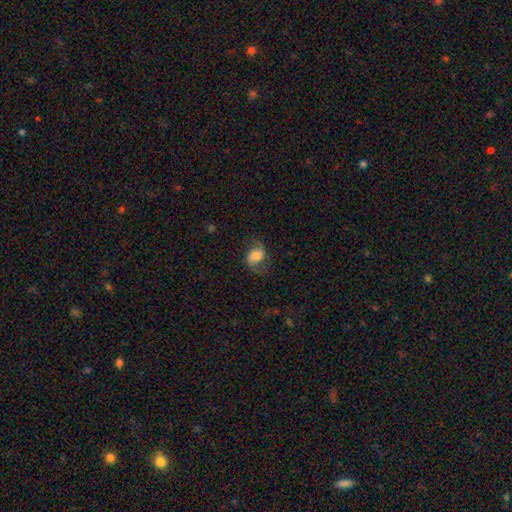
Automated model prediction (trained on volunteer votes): This appears to be a featured or disk galaxy (48%). Merging: none (59%).